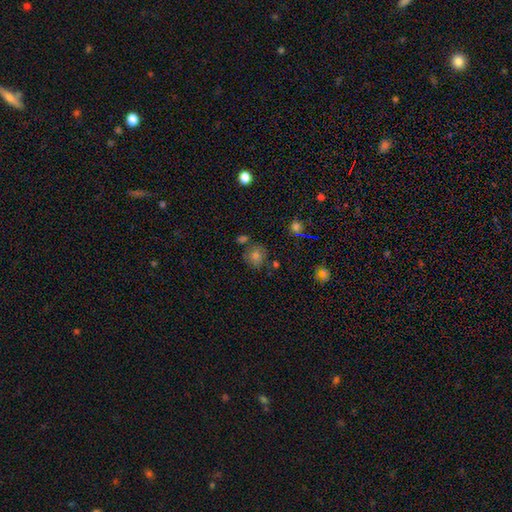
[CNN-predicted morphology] type=smooth (65%); roundness=round (86%); merging=none (74%).